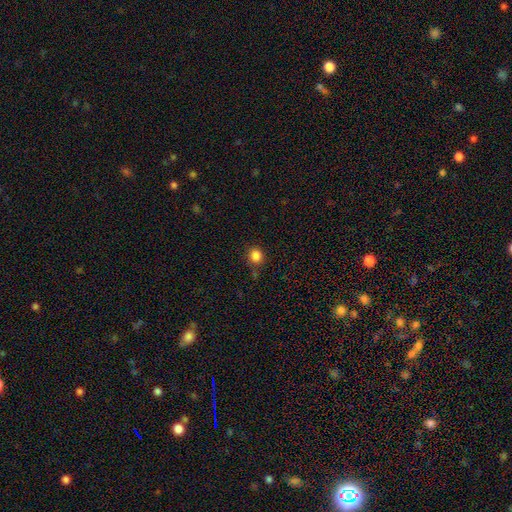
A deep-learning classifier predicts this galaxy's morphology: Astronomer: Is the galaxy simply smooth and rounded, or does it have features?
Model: smooth — 84%.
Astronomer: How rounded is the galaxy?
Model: round — 81%.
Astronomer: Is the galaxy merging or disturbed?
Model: none — 80%.